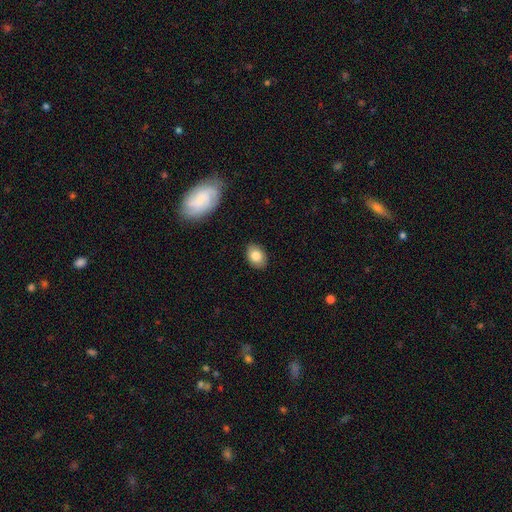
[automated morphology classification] smooth_or_featured: smooth (p=0.81) [alt: featured or disk p=0.11]
how_rounded: in between (p=0.80) [alt: round p=0.19]
merging: none (p=0.87) [alt: minor disturbance p=0.10]